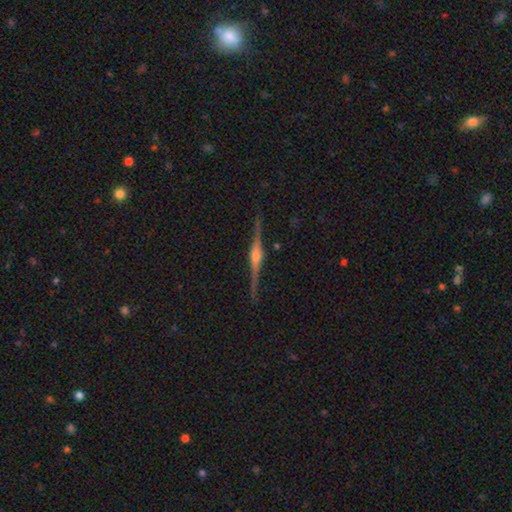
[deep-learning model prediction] This is clearly a featured or disk galaxy (89%). It is clearly viewed edge-on (99%). Edge-on bulge: clearly rounded (88%). Merging: clearly none (91%).